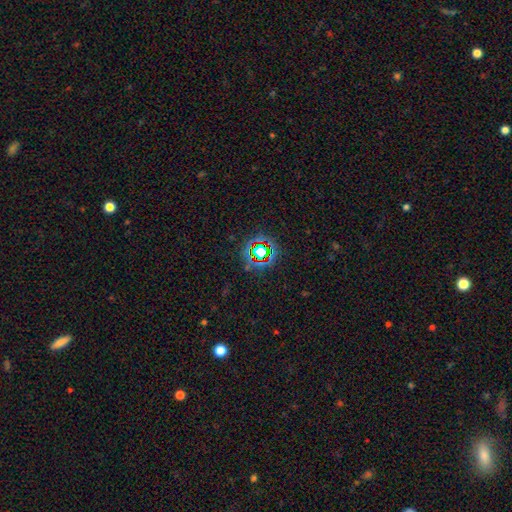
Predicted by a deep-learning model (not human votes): Q: Smooth or featured?
A: star or artifact (68%); runner-up: smooth (21%)